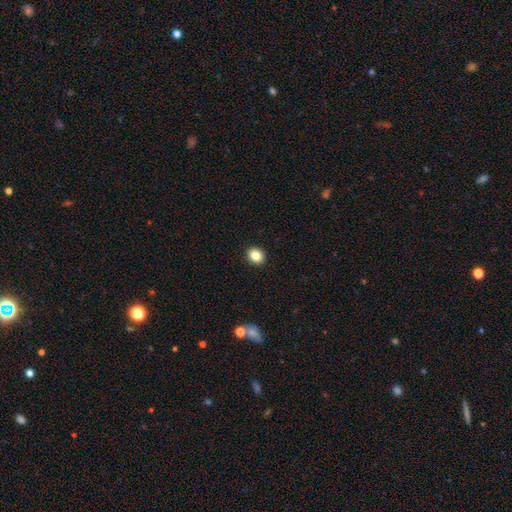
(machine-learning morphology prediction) Smooth or featured: smooth — 84% (star or artifact — 10%)
How rounded: round — 69% (in between — 30%)
Merging: none — 92% (minor disturbance — 5%)